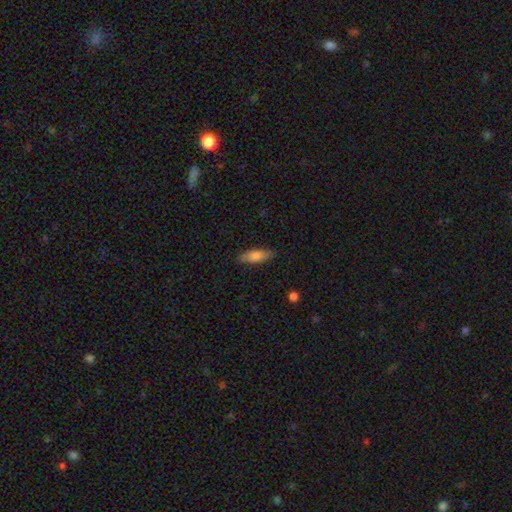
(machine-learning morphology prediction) smooth_or_featured: smooth (p=0.79) [alt: featured or disk p=0.15]
how_rounded: in between (p=0.52) [alt: cigar-shaped p=0.46]
merging: none (p=0.86) [alt: minor disturbance p=0.10]